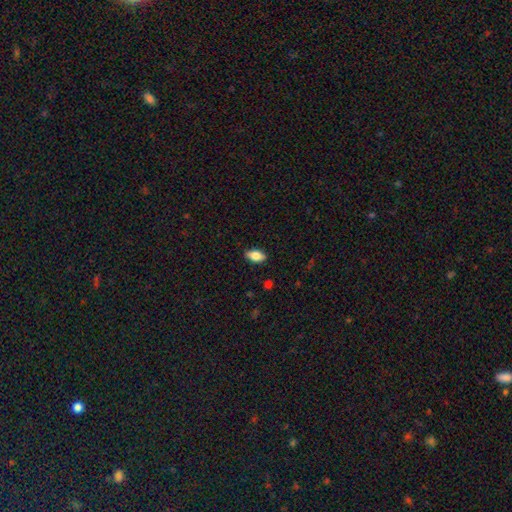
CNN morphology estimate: Smooth or featured? smooth (80%)
How rounded? in between (89%)
Merging? none (87%)